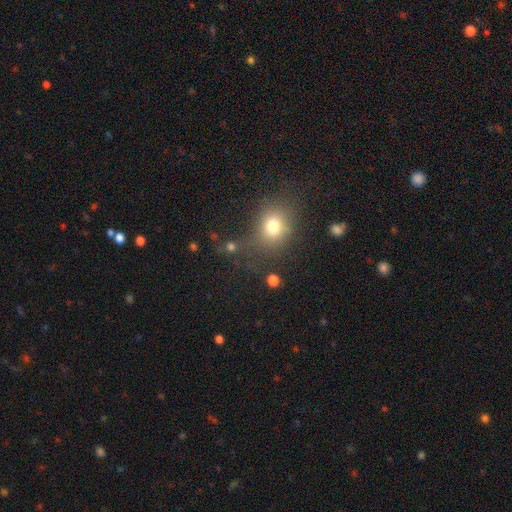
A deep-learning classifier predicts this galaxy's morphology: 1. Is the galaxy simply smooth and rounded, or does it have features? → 60% smooth, 32% star or artifact, 7% featured or disk.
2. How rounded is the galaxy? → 80% round, 19% in between, 1% cigar-shaped.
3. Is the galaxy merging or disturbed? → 80% none, 11% minor disturbance, 5% merger, 4% major disturbance.